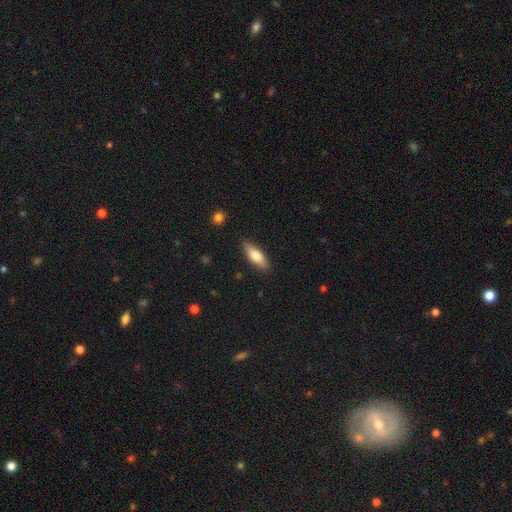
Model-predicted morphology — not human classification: This appears to be a smooth galaxy with no disk features (72%) that is in between round and cigar-shaped (62%). Merging: none (86%).